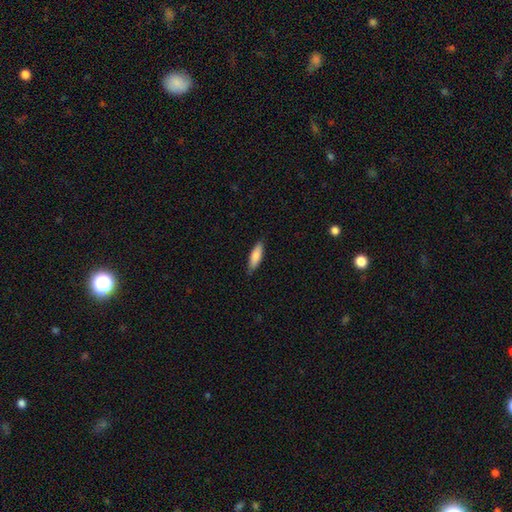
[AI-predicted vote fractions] Smooth or featured? smooth (81%)
How rounded? cigar-shaped (55%)
Merging? none (85%)